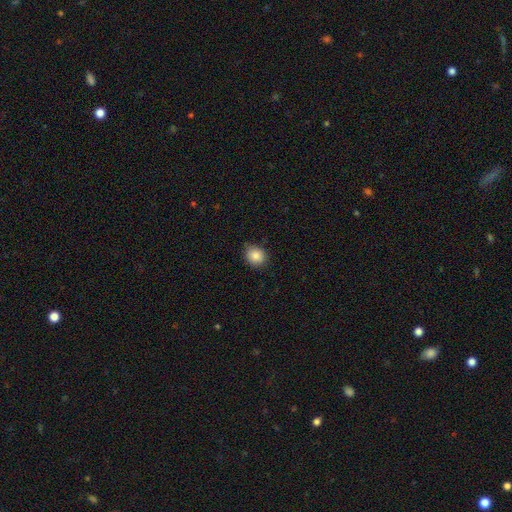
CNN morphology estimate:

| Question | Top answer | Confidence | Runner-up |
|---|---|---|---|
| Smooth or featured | smooth | 86% | star or artifact (9%) |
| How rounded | round | 77% | in between (22%) |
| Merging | none | 77% | minor disturbance (19%) |